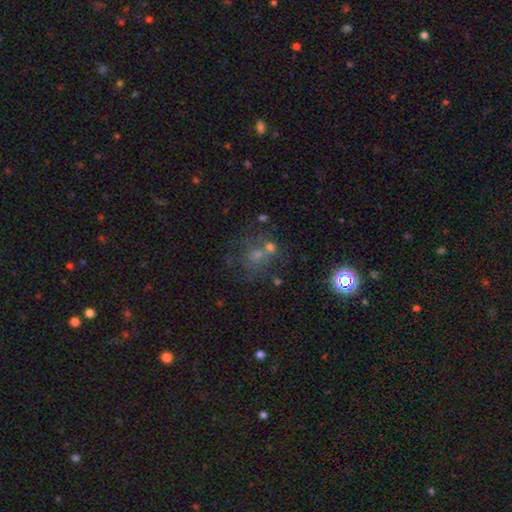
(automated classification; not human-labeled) Smooth or featured? Predicted: smooth (p=0.40). Merging? Predicted: none (p=0.49).